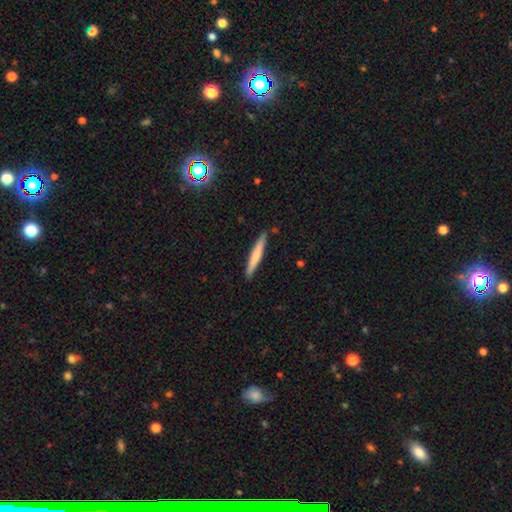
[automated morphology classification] Q: Smooth or featured?
A: smooth (66%); runner-up: featured or disk (29%)
Q: How rounded?
A: cigar-shaped (95%); runner-up: in between (3%)
Q: Merging?
A: none (89%); runner-up: minor disturbance (8%)